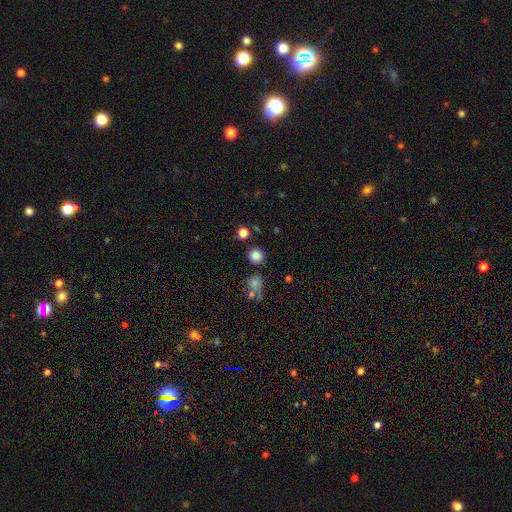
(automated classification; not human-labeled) Smooth or featured?
  - smooth: 82% *
  - star or artifact: 13%
  - featured or disk: 5%
How rounded?
  - round: 90% *
  - in between: 9%
  - cigar-shaped: 1%
Merging?
  - none: 83% *
  - minor disturbance: 8%
  - merger: 6%
  - major disturbance: 3%